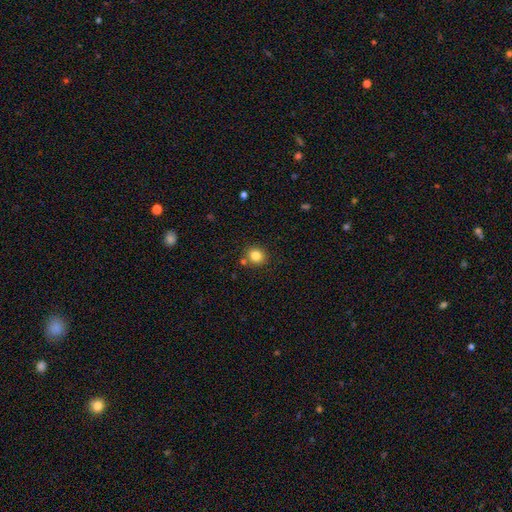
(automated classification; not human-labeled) smooth-or-featured: smooth: 83% | star or artifact: 12% | featured or disk: 6%
  how-rounded: round: 82% | in between: 17% | cigar-shaped: 1%
  merging: none: 79% | minor disturbance: 9% | merger: 9% | major disturbance: 3%